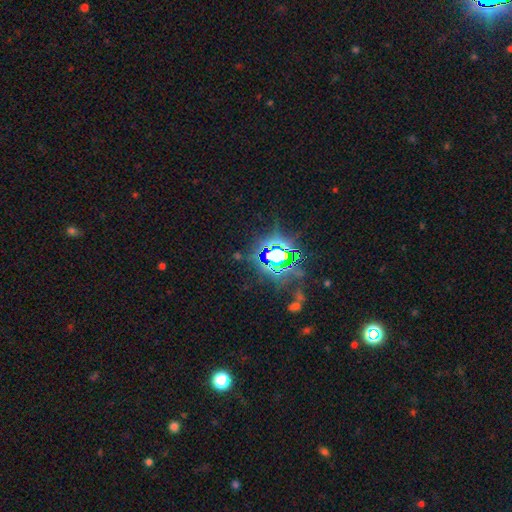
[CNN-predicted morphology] This appears to be a star or artifact, not a galaxy (81%).